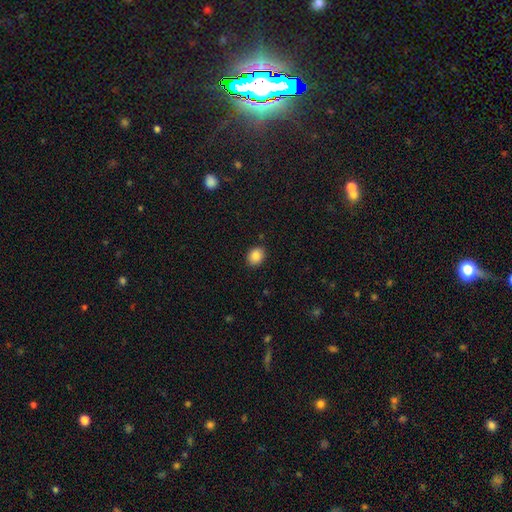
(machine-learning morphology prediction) Smooth or featured: smooth — 86% (star or artifact — 9%)
How rounded: round — 55% (in between — 44%)
Merging: none — 89% (minor disturbance — 8%)